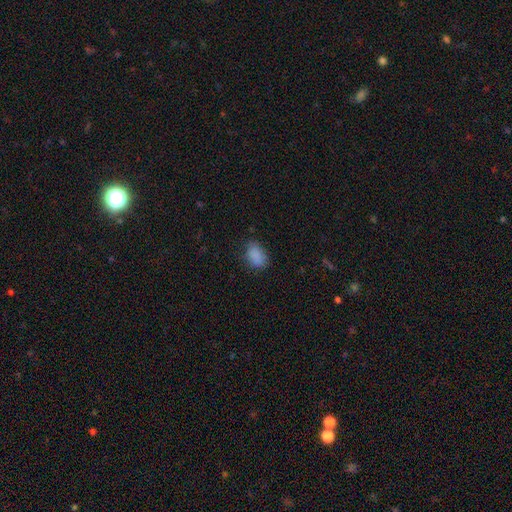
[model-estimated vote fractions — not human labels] Q: Smooth or featured?
A: smooth (85%); runner-up: star or artifact (9%)
Q: How rounded?
A: in between (83%); runner-up: round (16%)
Q: Merging?
A: none (72%); runner-up: minor disturbance (21%)